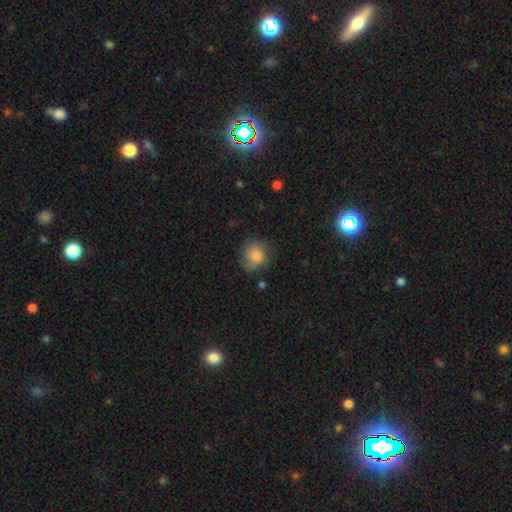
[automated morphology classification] Q: Smooth or featured?
A: smooth (76%); runner-up: featured or disk (16%)
Q: How rounded?
A: round (80%); runner-up: in between (19%)
Q: Merging?
A: none (68%); runner-up: minor disturbance (22%)